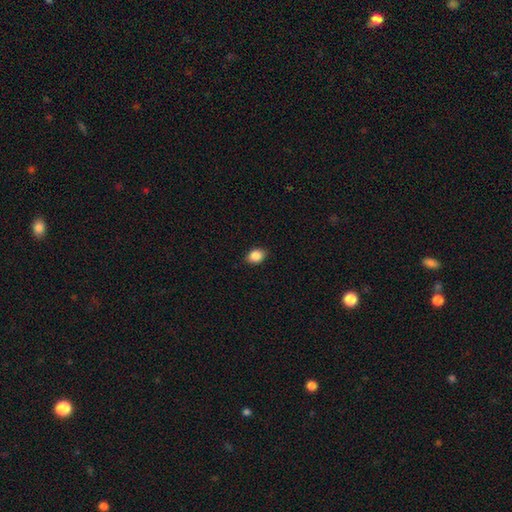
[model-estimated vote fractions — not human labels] smooth-or-featured: smooth: 86% | star or artifact: 9% | featured or disk: 6%
  how-rounded: in between: 70% | round: 29% | cigar-shaped: 1%
  merging: none: 85% | minor disturbance: 11% | major disturbance: 2% | merger: 1%